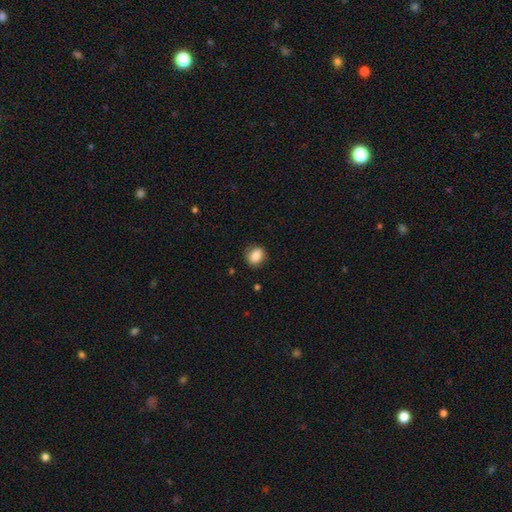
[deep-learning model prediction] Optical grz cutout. It shows a smooth galaxy with no disk features (83%) that is round (59%). Merging: none (84%).